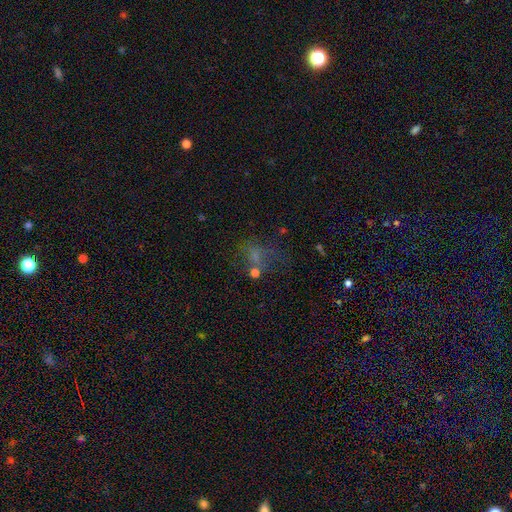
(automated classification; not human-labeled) Smooth or featured: smooth — 45% (star or artifact — 30%)
Merging: none — 41% (major disturbance — 30%)